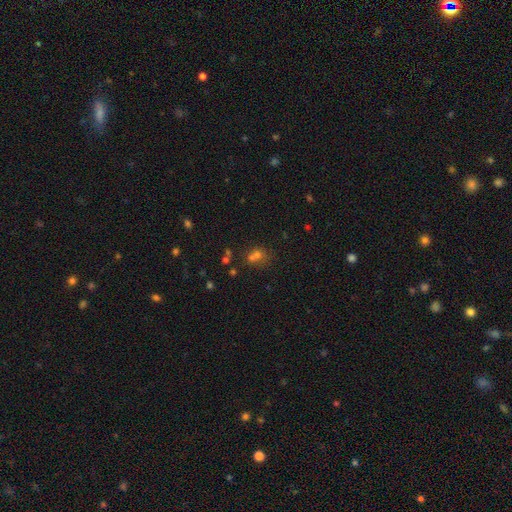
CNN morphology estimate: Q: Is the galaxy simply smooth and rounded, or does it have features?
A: smooth — 52%.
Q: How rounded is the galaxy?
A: round — 68%.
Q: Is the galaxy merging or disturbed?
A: none — 45%.